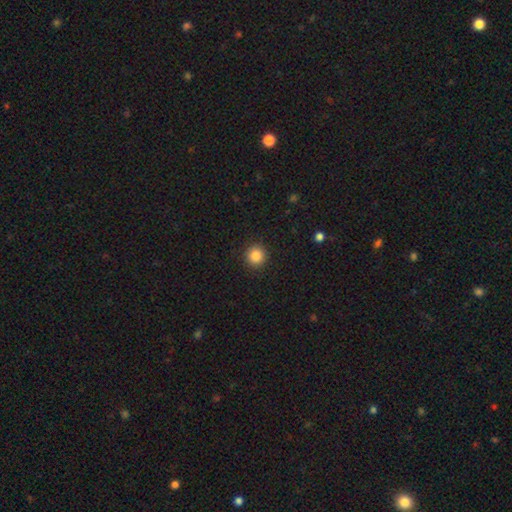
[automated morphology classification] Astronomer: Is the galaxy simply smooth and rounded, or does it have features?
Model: smooth — 86%.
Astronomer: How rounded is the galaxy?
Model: round — 94%.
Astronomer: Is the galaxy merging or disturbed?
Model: none — 92%.